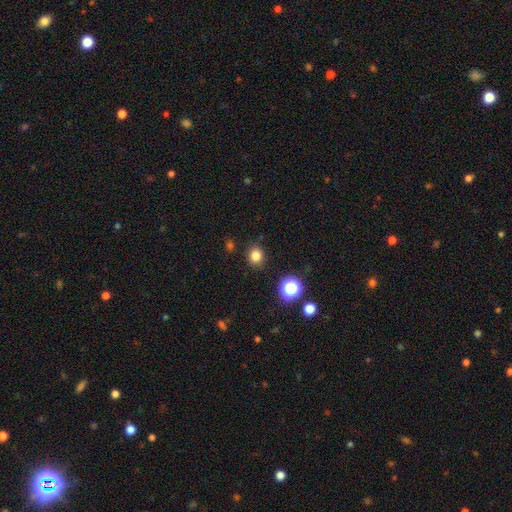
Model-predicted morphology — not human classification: smooth 81%, star or artifact 15%, featured or disk 5%. Down the decision tree: how rounded — round (75%); merging — none (87%).